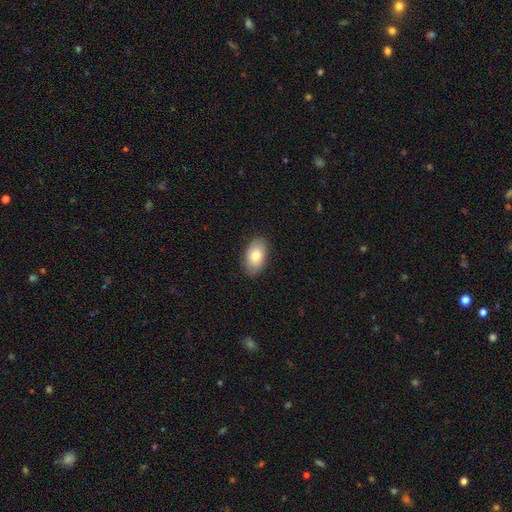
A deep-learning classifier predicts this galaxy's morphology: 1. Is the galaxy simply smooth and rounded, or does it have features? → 76% smooth, 17% featured or disk, 7% star or artifact.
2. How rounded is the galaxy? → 92% in between, 7% round, 1% cigar-shaped.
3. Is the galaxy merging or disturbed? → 85% none, 12% minor disturbance, 2% major disturbance, 1% merger.